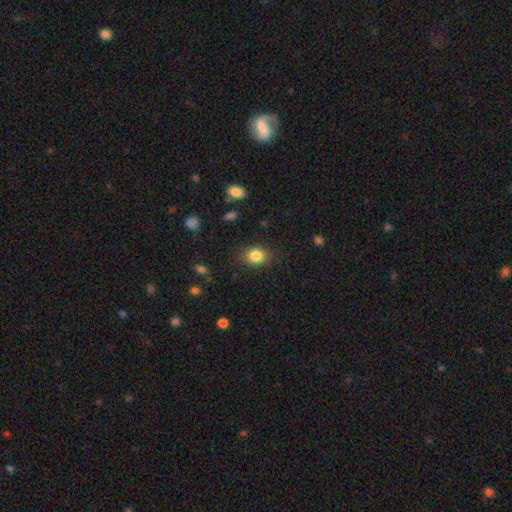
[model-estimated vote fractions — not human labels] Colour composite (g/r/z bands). It shows a smooth galaxy with no disk features (84%) that is in between round and cigar-shaped (58%). Merging: none (84%).